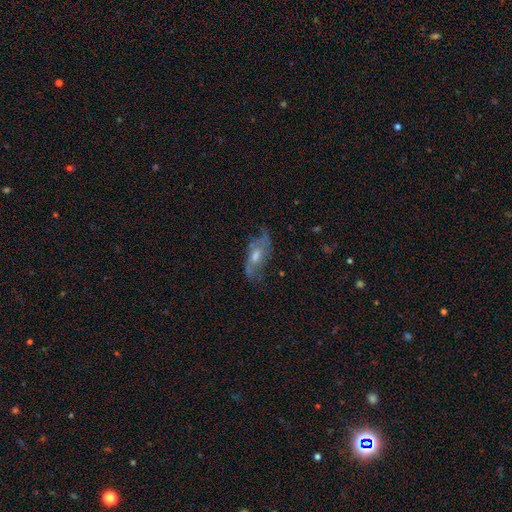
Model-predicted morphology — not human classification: The model was most divided on "bar": no: 57%, weak: 34%, strong: 9%. More confident: edge-on disk — no (83%); spiral arms — yes (76%); smooth or featured — featured or disk (66%); bulge size — moderate (62%); merging — none (61%).